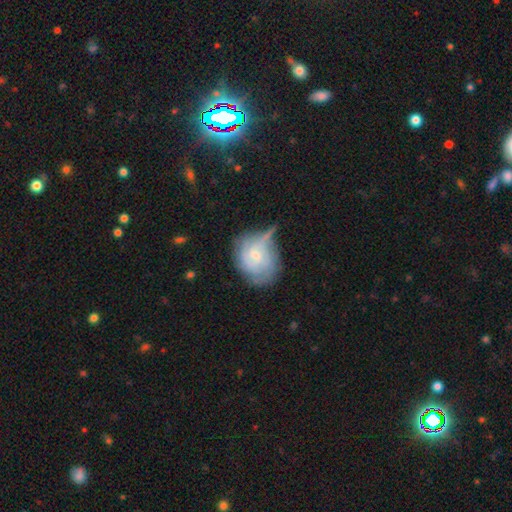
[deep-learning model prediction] Smooth or featured? Predicted: featured or disk (p=0.61). Edge-on disk? Predicted: no (p=0.97). Bar? Predicted: no (p=0.58). Spiral arms? Predicted: yes (p=0.78). Bulge size? Predicted: small (p=0.57). Merging? Predicted: none (p=0.40).